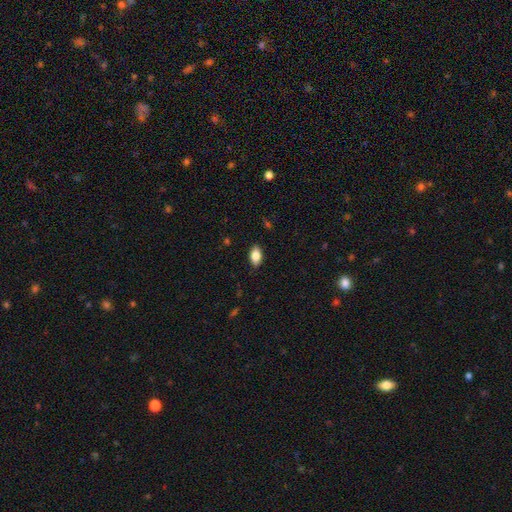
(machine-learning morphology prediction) Overall: smooth (83%). How rounded: in between (91%). Merging: none (87%).